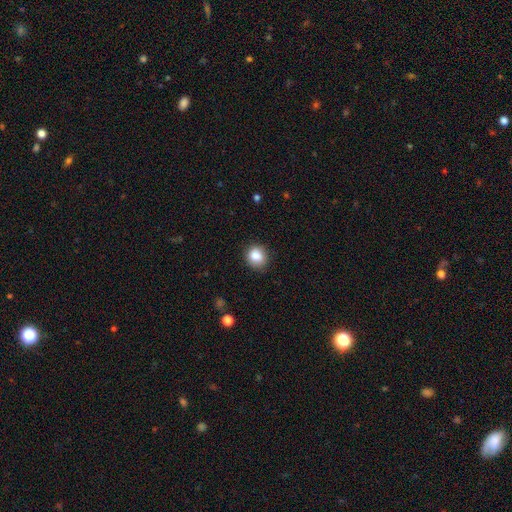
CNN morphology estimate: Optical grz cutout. It shows a smooth galaxy with no disk features (85%) that is round (82%). Merging: none (86%).